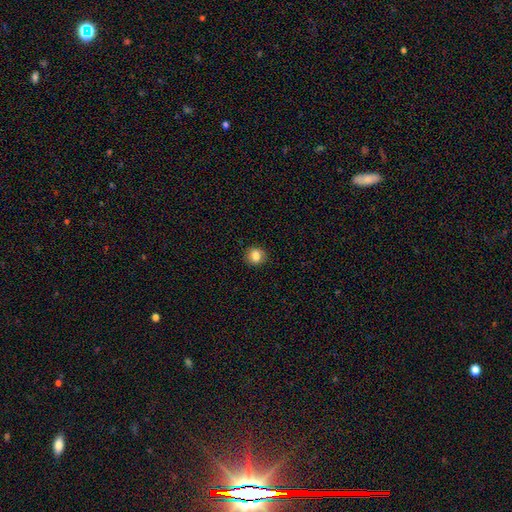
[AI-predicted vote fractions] This appears to be a smooth galaxy with no disk features (83%) that is round (83%). Merging: none (89%).